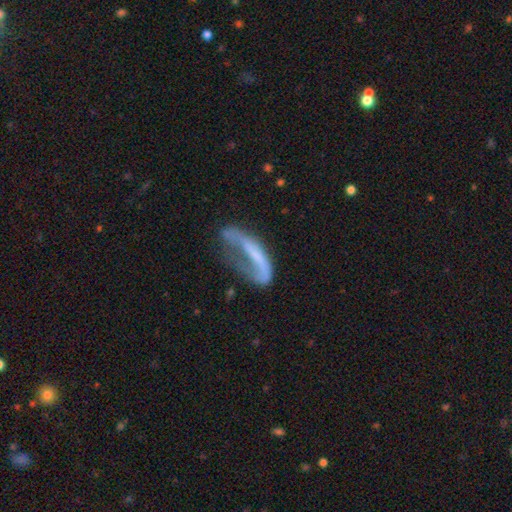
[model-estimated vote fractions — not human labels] The model was most divided on "smooth or featured": featured or disk: 53%, smooth: 37%, star or artifact: 10%. Remaining: edge-on disk — no (82%); merging — major disturbance (49%).